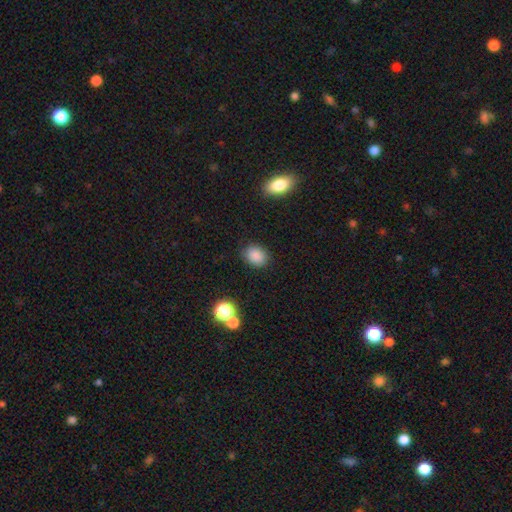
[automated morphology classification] Smooth or featured?
  - smooth: 86% *
  - star or artifact: 10%
  - featured or disk: 4%
How rounded?
  - in between: 59% *
  - round: 40%
  - cigar-shaped: 1%
Merging?
  - none: 84% *
  - minor disturbance: 11%
  - major disturbance: 3%
  - merger: 2%